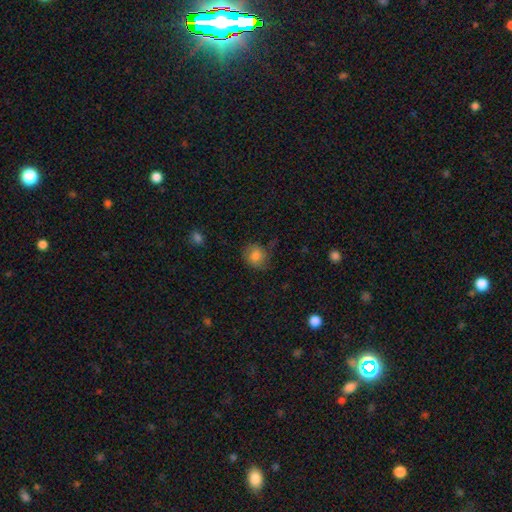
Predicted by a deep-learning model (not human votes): A smooth galaxy with no disk features (80%) that is round (77%). Merging: none (68%).